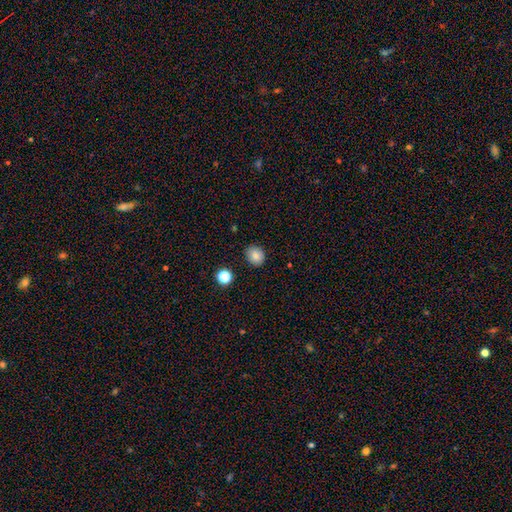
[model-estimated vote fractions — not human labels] Q: Smooth or featured?
A: smooth (84%); runner-up: star or artifact (10%)
Q: How rounded?
A: round (67%); runner-up: in between (32%)
Q: Merging?
A: none (87%); runner-up: minor disturbance (9%)